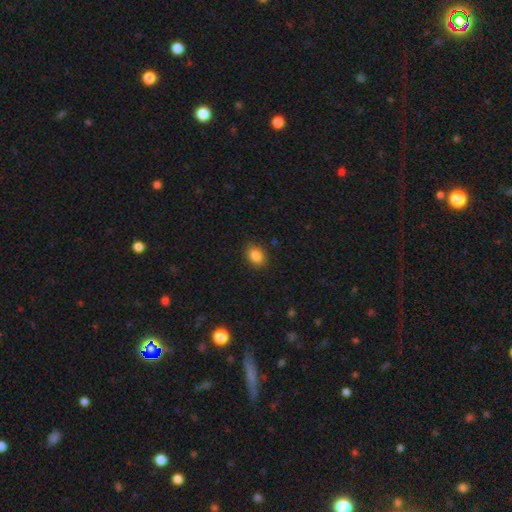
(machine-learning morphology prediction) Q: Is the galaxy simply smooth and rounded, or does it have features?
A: smooth — 86%.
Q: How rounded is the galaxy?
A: in between — 67%.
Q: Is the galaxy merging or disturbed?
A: none — 88%.